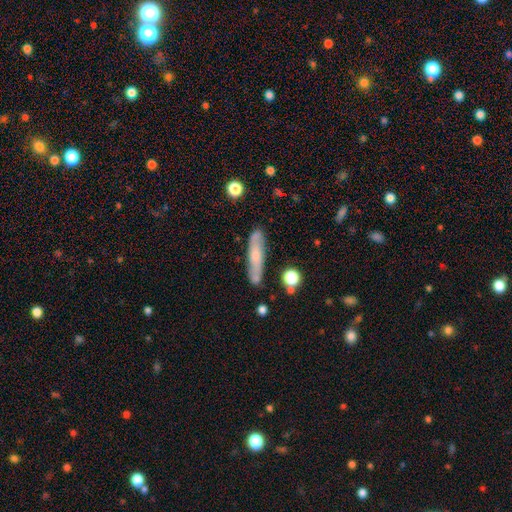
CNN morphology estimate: The model was most divided on "smooth or featured" (2-way tie): featured or disk: 46%, smooth: 46%, star or artifact: 8%. More confident: merging — none (77%).